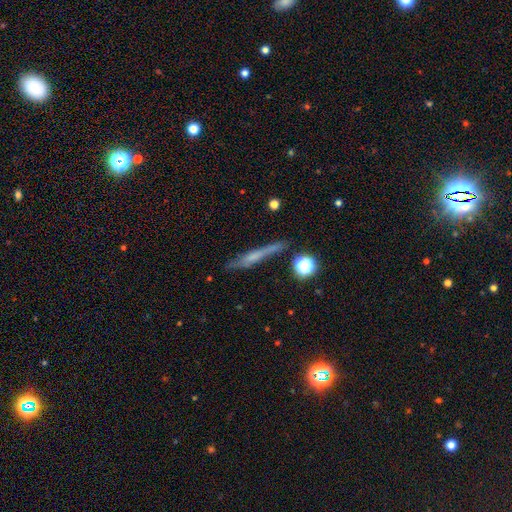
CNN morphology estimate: smooth_or_featured: featured or disk (p=0.50) [alt: smooth p=0.39]
merging: none (p=0.77) [alt: minor disturbance p=0.15]